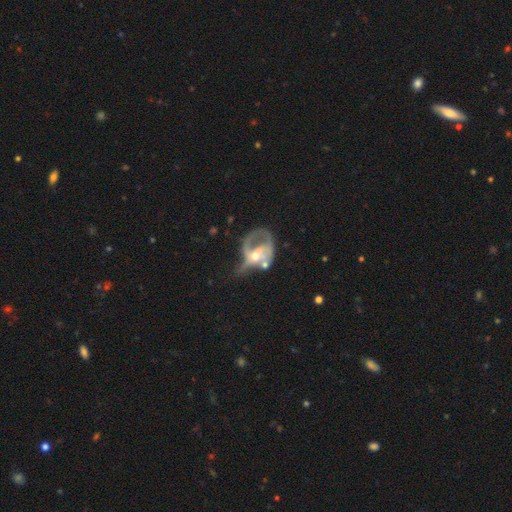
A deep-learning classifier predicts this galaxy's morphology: smooth_or_featured: featured or disk (p=0.67) [alt: smooth p=0.25]
disk_edge_on: no (p=0.96) [alt: yes p=0.04]
bar: no (p=0.72) [alt: weak p=0.22]
has_spiral_arms: no (p=0.51) [alt: yes p=0.49]
bulge_size: moderate (p=0.53) [alt: small p=0.36]
merging: major disturbance (p=0.47) [alt: merger p=0.22]